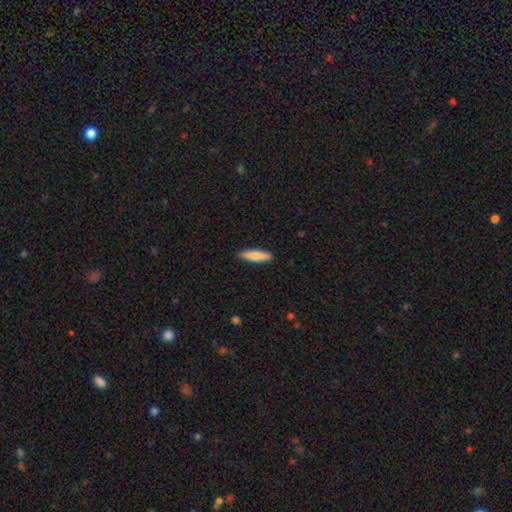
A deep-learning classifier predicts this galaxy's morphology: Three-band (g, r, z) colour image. It shows a smooth galaxy with no disk features (81%) that is cigar-shaped (75%). Merging: none (89%).